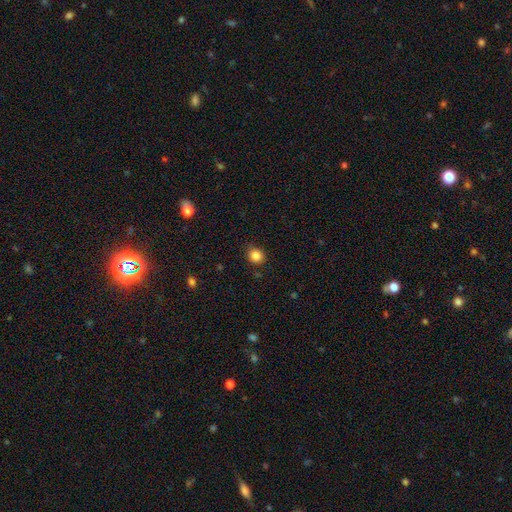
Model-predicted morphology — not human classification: smooth 85%, star or artifact 11%, featured or disk 4%. Down the decision tree: how rounded — round (78%); merging — none (82%).